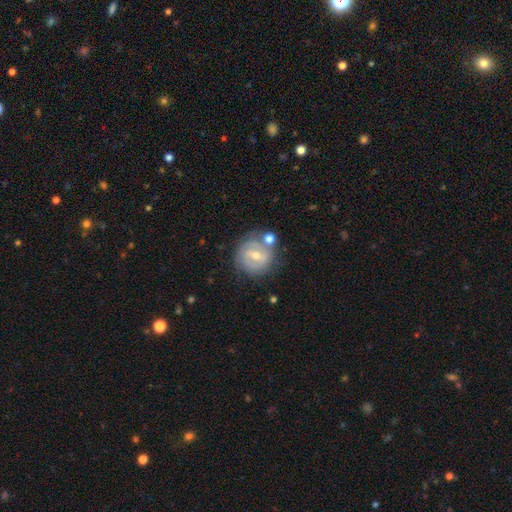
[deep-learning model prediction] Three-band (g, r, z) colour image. It shows a featured or disk galaxy (74%) with a weak bar (55%), 2 (54%) tight (61%) spiral arms (88%) and a moderate central bulge (52%). Merging: none (65%).